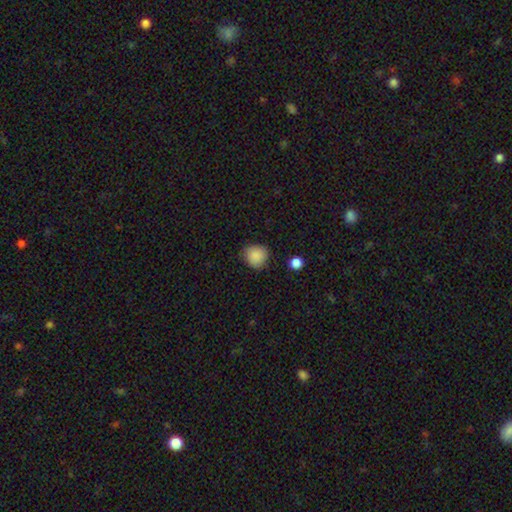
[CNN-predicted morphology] A smooth galaxy with no disk features (87%) that is round (88%).

Vote fractions:
- Smooth or featured? smooth: 87% / star or artifact: 9% / featured or disk: 4%
- How rounded? round: 88% / in between: 11% / cigar-shaped: 1%
- Merging? none: 82% / minor disturbance: 13% / major disturbance: 3% / merger: 2%